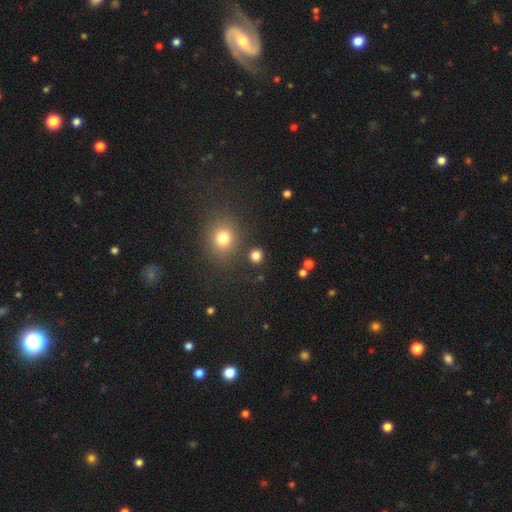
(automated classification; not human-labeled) Smooth or featured? smooth (79%)
How rounded? round (84%)
Merging? none (86%)